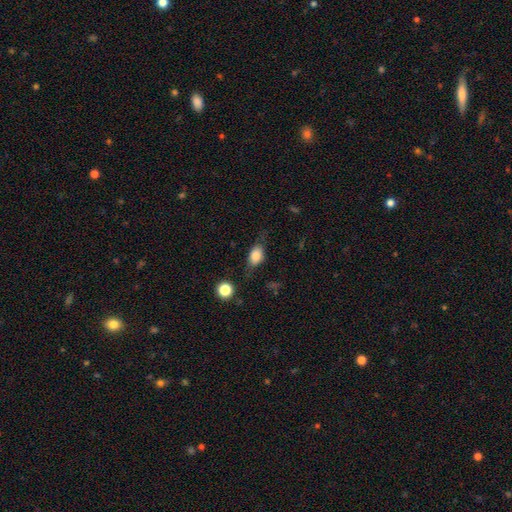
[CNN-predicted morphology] Smooth or featured? smooth (74%)
How rounded? in between (78%)
Merging? none (62%)